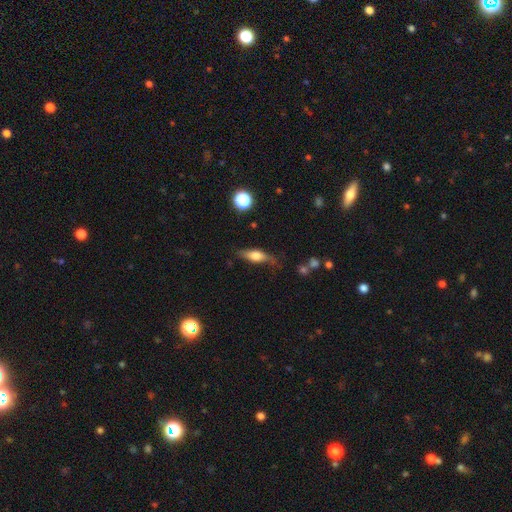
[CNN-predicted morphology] smooth-or-featured: smooth: 51% | featured or disk: 41% | star or artifact: 8%
  how-rounded: in between: 58% | cigar-shaped: 36% | round: 6%
  merging: none: 62% | minor disturbance: 26% | major disturbance: 9% | merger: 3%